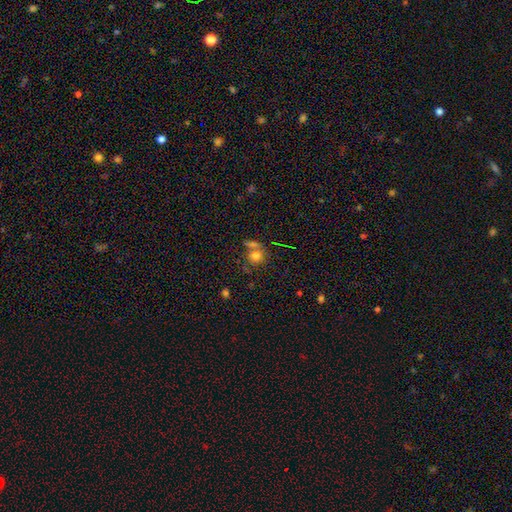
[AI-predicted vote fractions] Smooth or featured? smooth (70%)
How rounded? round (81%)
Merging? none (52%)